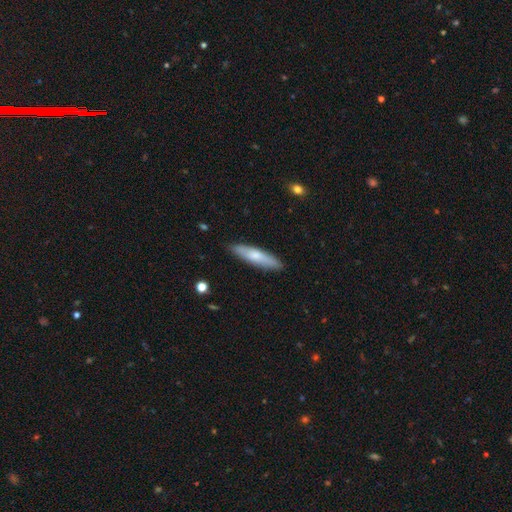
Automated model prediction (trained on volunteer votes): This appears to be a smooth galaxy with no disk features (67%) that is cigar-shaped (79%). Merging: none (88%).